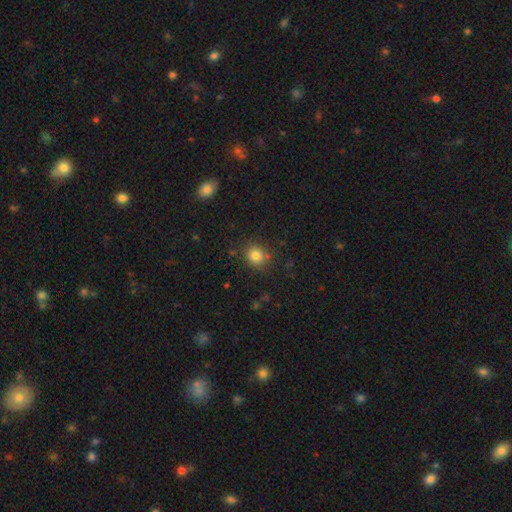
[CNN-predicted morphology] A smooth galaxy with no disk features (82%) that is round (82%).

Vote fractions:
- Smooth or featured? smooth: 82% / star or artifact: 12% / featured or disk: 6%
- How rounded? round: 82% / in between: 17% / cigar-shaped: 1%
- Merging? none: 82% / minor disturbance: 12% / major disturbance: 4% / merger: 3%